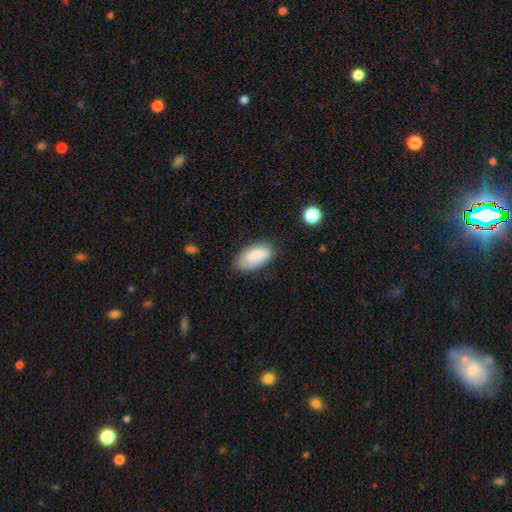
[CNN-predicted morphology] Smooth or featured?
  - smooth: 82% *
  - featured or disk: 11%
  - star or artifact: 7%
How rounded?
  - in between: 92% *
  - cigar-shaped: 5%
  - round: 2%
Merging?
  - none: 74% *
  - minor disturbance: 20%
  - major disturbance: 5%
  - merger: 2%